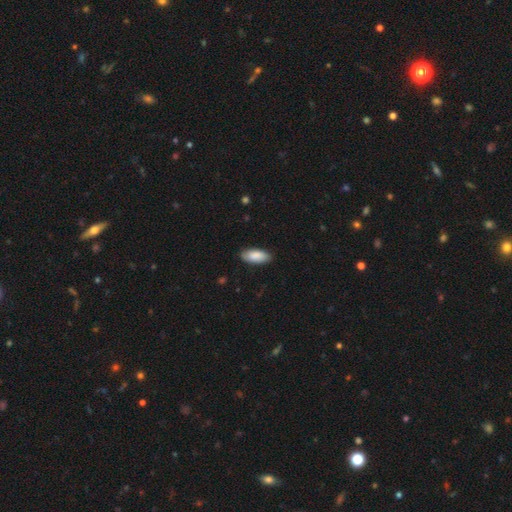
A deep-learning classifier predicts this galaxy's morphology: Q: Smooth or featured?
A: smooth (87%); runner-up: featured or disk (8%)
Q: How rounded?
A: in between (86%); runner-up: cigar-shaped (12%)
Q: Merging?
A: none (86%); runner-up: minor disturbance (11%)